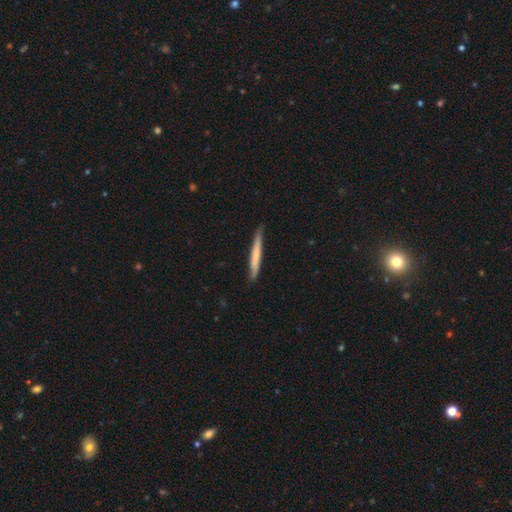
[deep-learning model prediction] Smooth or featured?
  - smooth: 61% *
  - featured or disk: 34%
  - star or artifact: 5%
How rounded?
  - cigar-shaped: 96% *
  - in between: 3%
  - round: 1%
Merging?
  - none: 80% *
  - minor disturbance: 17%
  - major disturbance: 2%
  - merger: 1%